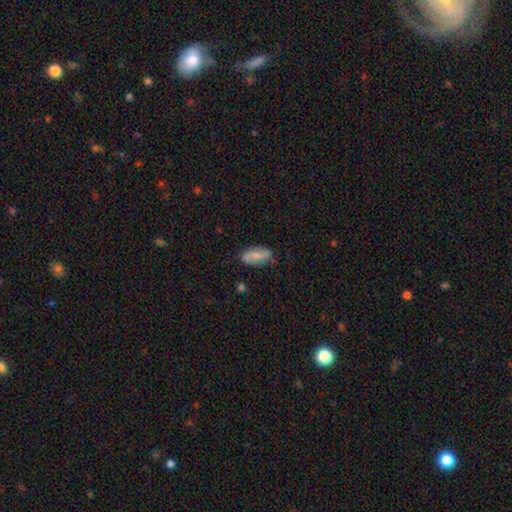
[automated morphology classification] Q: Smooth or featured?
A: smooth (68%); runner-up: featured or disk (26%)
Q: How rounded?
A: in between (84%); runner-up: cigar-shaped (13%)
Q: Merging?
A: none (76%); runner-up: minor disturbance (18%)